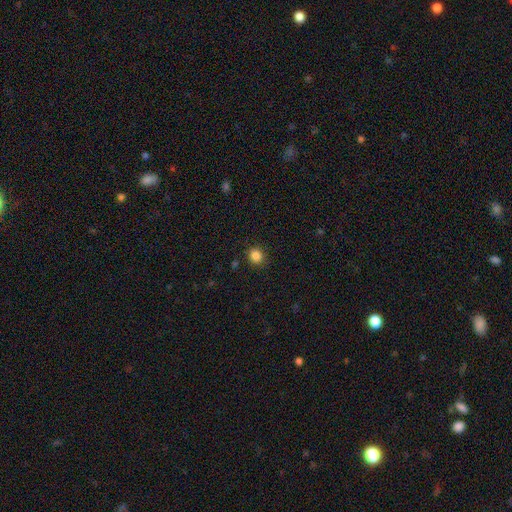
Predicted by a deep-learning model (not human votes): A smooth galaxy with no disk features (85%) that is round (86%). Merging: none (89%).